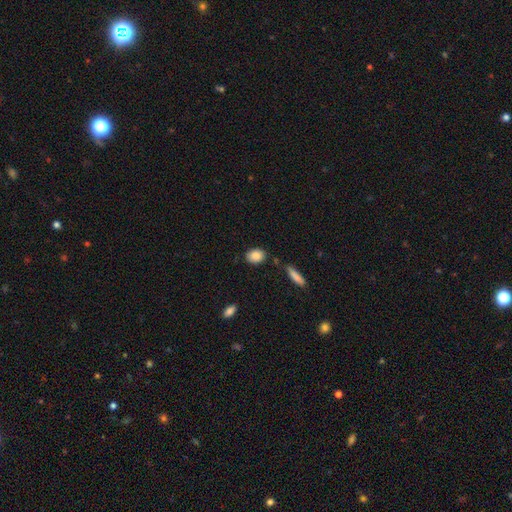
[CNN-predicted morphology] A smooth galaxy with no disk features (86%) that is in between round and cigar-shaped (70%). Merging: none (80%).